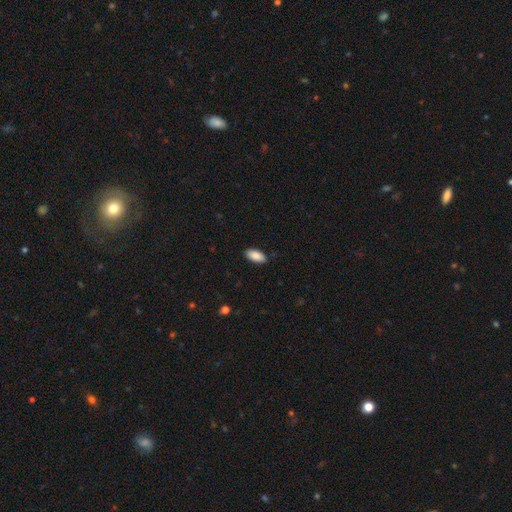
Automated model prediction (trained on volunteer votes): This is clearly a smooth galaxy (89%). How rounded: clearly in between (92%). Merging: clearly none (87%).